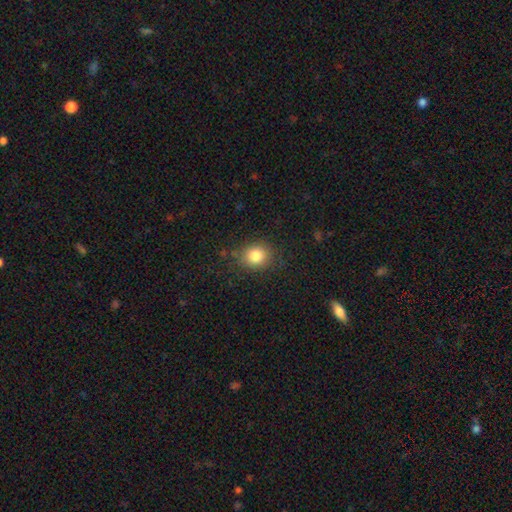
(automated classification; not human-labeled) A smooth galaxy with no disk features (83%) that is round (69%). Merging: none (82%).